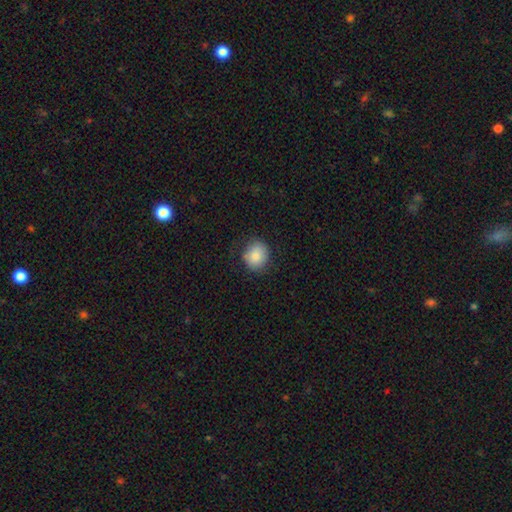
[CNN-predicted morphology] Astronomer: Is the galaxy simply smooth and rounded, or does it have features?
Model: smooth — 86%.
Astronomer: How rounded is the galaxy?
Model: round — 75%.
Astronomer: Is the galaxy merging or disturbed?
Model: none — 78%.